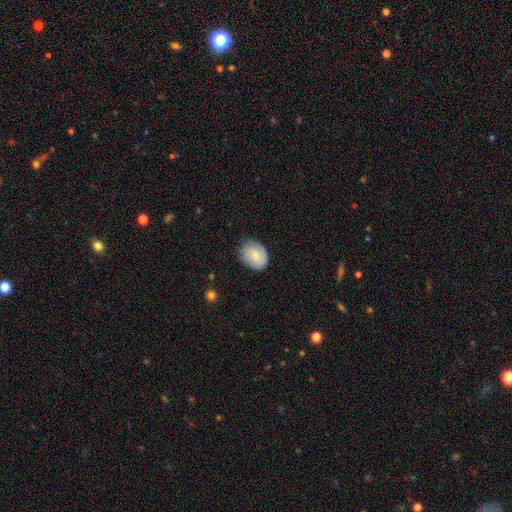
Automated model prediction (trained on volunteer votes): smooth-or-featured: smooth: 71% | featured or disk: 22% | star or artifact: 7%
  how-rounded: in between: 58% | round: 41% | cigar-shaped: 1%
  merging: none: 72% | minor disturbance: 22% | major disturbance: 4% | merger: 1%